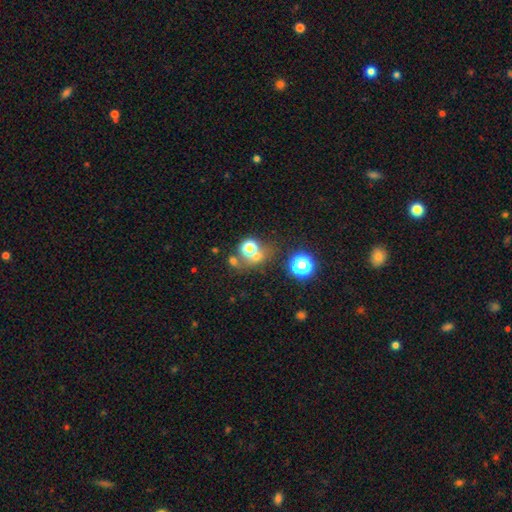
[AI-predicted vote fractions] A smooth galaxy with no disk features (59%) that is round (80%). Merging: none (52%).